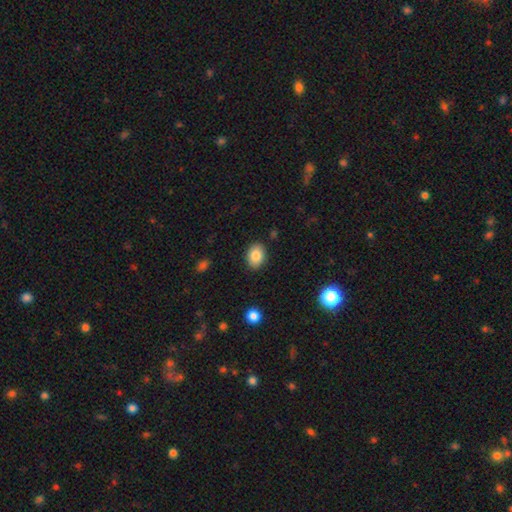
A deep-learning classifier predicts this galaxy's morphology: A smooth galaxy with no disk features (85%) that is in between round and cigar-shaped (75%). Merging: none (87%).